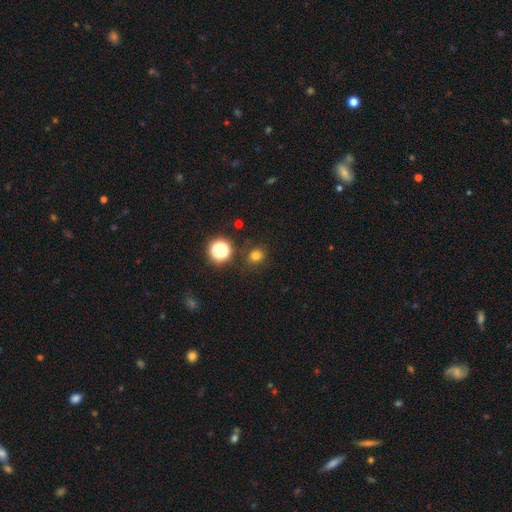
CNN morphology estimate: Overall: smooth (74%). How rounded: round (81%). Merging: none (85%).